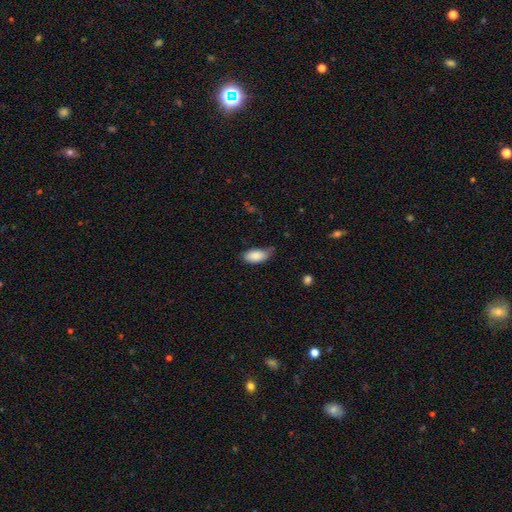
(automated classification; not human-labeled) Smooth or featured? Predicted: smooth (p=0.87). How rounded? Predicted: in between (p=0.92). Merging? Predicted: none (p=0.55).